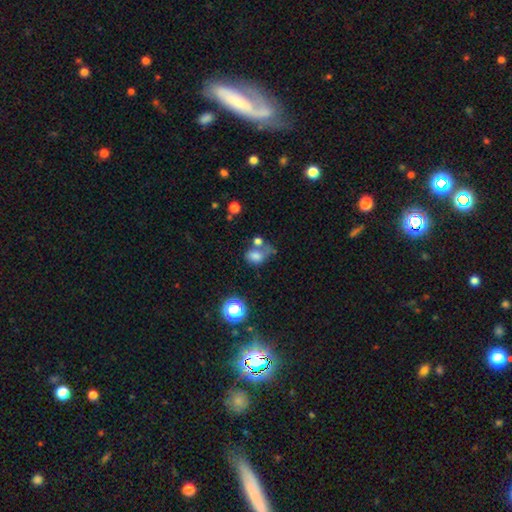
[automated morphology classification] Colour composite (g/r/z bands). It shows a smooth galaxy with no disk features (71%) that is in between round and cigar-shaped (66%). Merging: merger (32%).